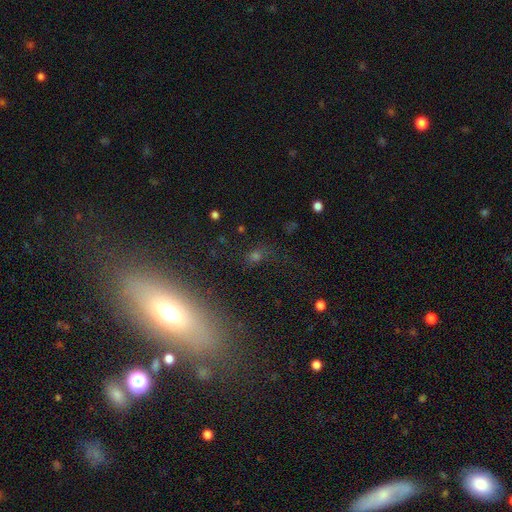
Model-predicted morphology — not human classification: smooth 42%, star or artifact 36%, featured or disk 22%. Down the decision tree: merging — none (66%).